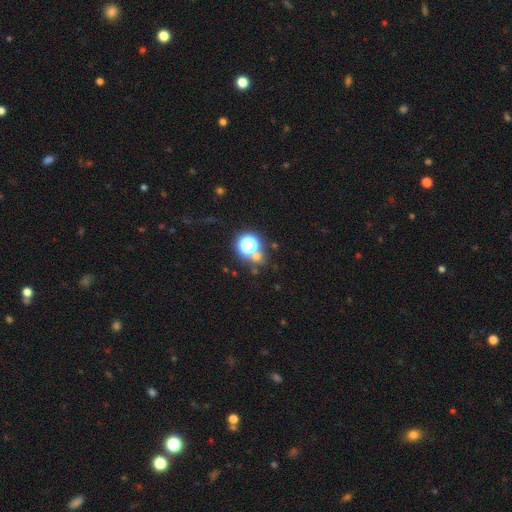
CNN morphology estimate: Smooth or featured? Predicted: star or artifact (p=0.46).